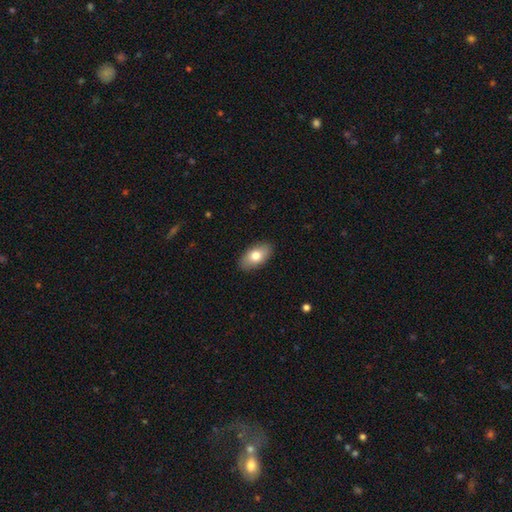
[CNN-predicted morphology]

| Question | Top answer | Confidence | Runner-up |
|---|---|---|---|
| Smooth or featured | smooth | 76% | featured or disk (18%) |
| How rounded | in between | 93% | round (4%) |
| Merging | none | 88% | minor disturbance (9%) |